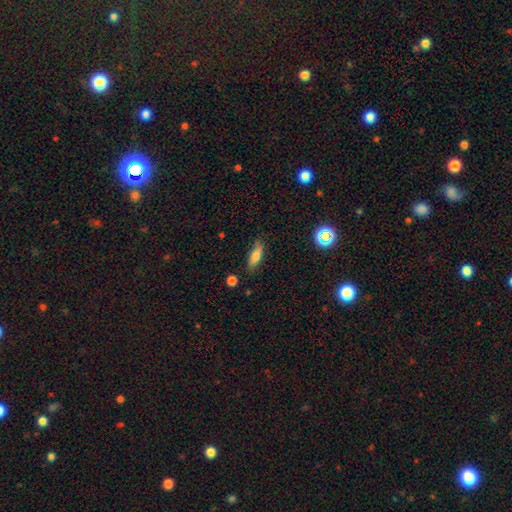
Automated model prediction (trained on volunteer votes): Smooth or featured? smooth (71%)
How rounded? in between (52%)
Merging? none (77%)